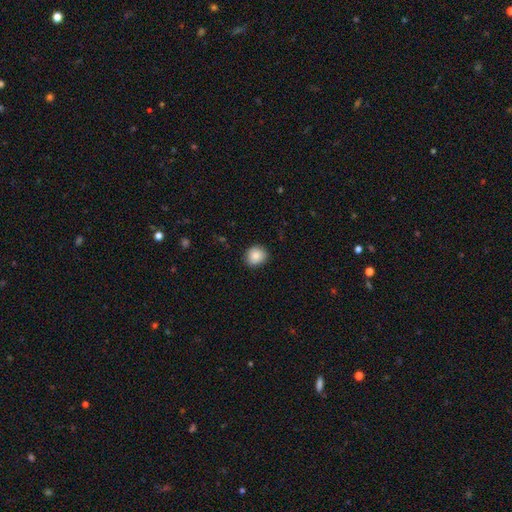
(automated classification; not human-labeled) smooth 87%, star or artifact 8%, featured or disk 5%. Down the decision tree: how rounded — round (79%); merging — none (88%).